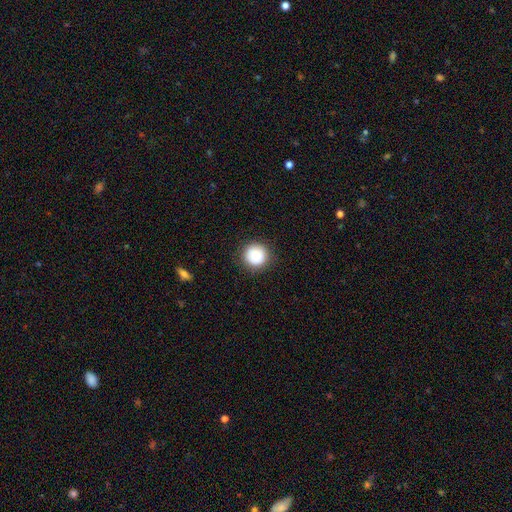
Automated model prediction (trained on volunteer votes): Q: Smooth or featured?
A: smooth (81%); runner-up: featured or disk (9%)
Q: How rounded?
A: round (95%); runner-up: in between (4%)
Q: Merging?
A: none (89%); runner-up: minor disturbance (7%)